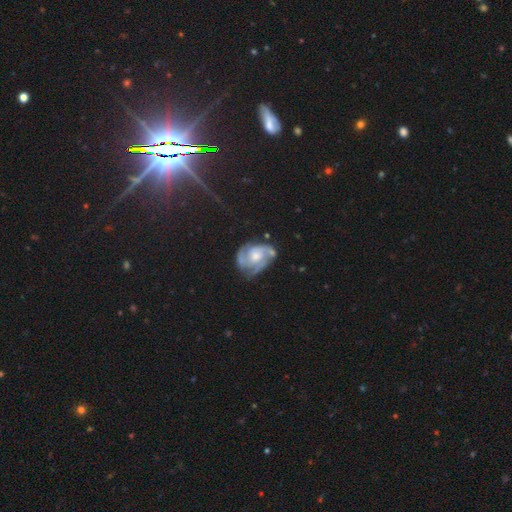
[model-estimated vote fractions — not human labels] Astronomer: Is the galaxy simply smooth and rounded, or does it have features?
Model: featured or disk — 83%.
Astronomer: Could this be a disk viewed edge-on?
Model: no — 98%.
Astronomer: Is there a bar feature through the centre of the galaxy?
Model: no — 71%.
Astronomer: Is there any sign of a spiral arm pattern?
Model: yes — 95%.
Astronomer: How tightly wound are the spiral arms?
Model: tight — 47% (runner-up: medium, 43%).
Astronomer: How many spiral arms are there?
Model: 3 — 40% (runner-up: 2, 32%).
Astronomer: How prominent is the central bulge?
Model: moderate — 57%.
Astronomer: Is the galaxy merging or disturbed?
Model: none — 59%.